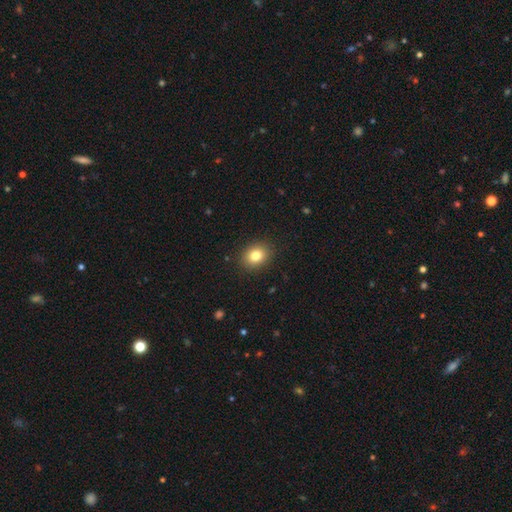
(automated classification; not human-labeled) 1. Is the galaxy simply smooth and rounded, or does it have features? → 81% smooth, 10% star or artifact, 8% featured or disk.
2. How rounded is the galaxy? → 52% round, 47% in between, 1% cigar-shaped.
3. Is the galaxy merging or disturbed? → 89% none, 8% minor disturbance, 2% major disturbance, 1% merger.